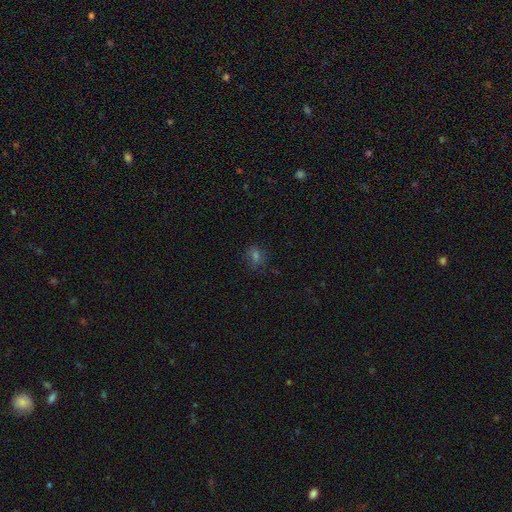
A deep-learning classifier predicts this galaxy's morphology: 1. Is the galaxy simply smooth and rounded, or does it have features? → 53% smooth, 32% star or artifact, 14% featured or disk.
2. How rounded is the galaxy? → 59% round, 39% in between, 2% cigar-shaped.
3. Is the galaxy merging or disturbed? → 76% none, 15% minor disturbance, 7% major disturbance, 2% merger.